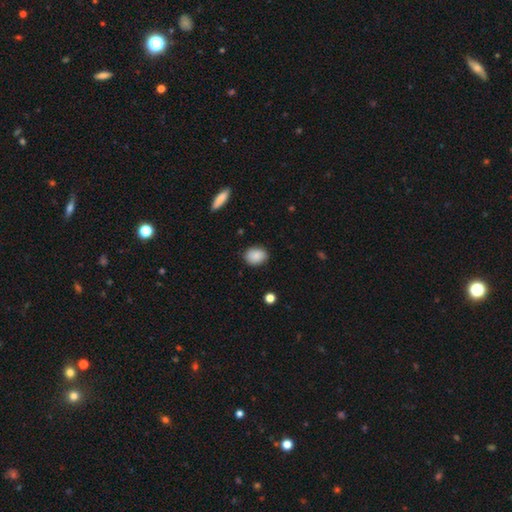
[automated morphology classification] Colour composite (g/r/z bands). It shows a smooth galaxy with no disk features (88%) that is in between round and cigar-shaped (61%). Merging: none (84%).